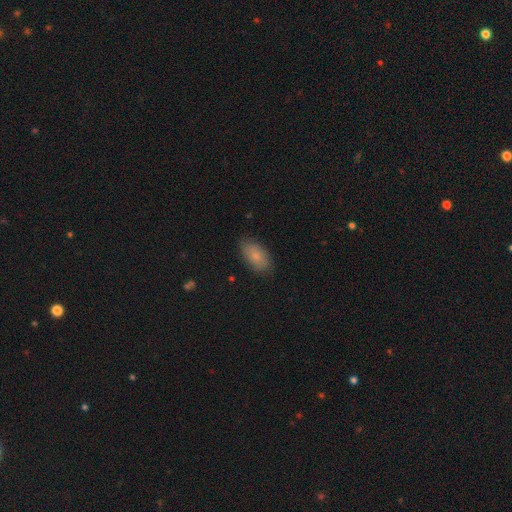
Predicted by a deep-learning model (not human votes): The model was most divided on "smooth or featured": smooth: 80%, featured or disk: 12%, star or artifact: 7%. More confident: how rounded — in between (93%); merging — none (82%).